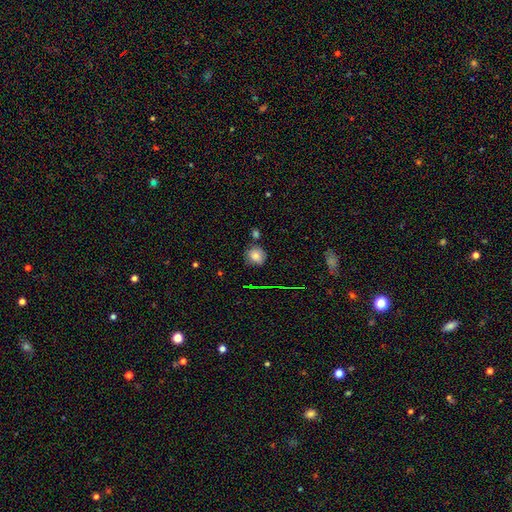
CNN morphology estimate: Overall: smooth (78%). How rounded: round (86%). Merging: none (74%).